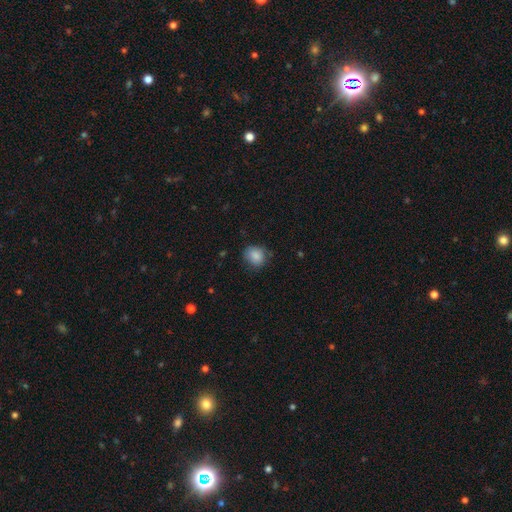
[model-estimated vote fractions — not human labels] Q: Smooth or featured?
A: smooth (84%); runner-up: star or artifact (8%)
Q: How rounded?
A: round (61%); runner-up: in between (38%)
Q: Merging?
A: none (70%); runner-up: minor disturbance (23%)